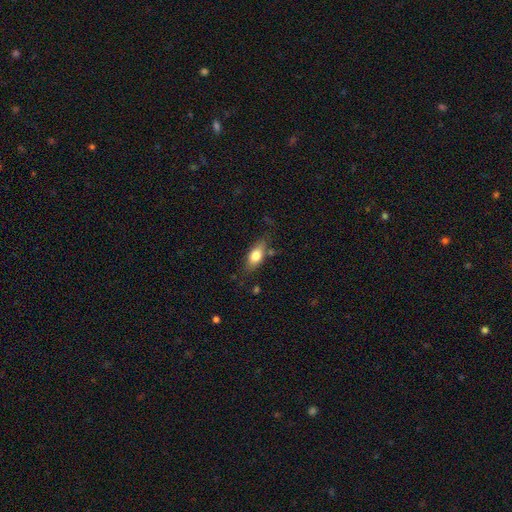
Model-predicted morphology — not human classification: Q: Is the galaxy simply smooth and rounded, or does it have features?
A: smooth — 73%.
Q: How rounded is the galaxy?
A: in between — 79%.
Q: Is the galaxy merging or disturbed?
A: none — 71%.